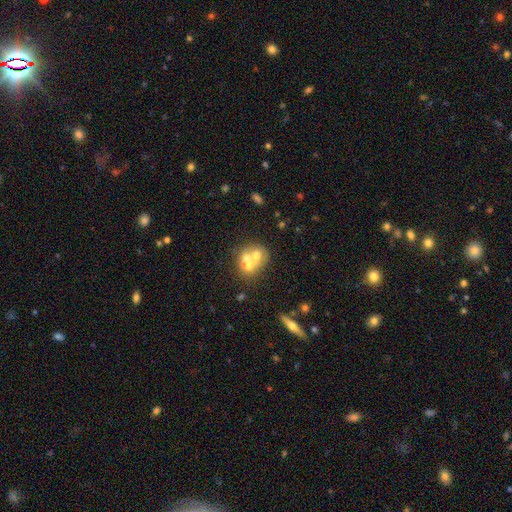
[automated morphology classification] A smooth galaxy with no disk features (47%).

Vote fractions:
- Smooth or featured? smooth: 47% / featured or disk: 41% / star or artifact: 12%
- Merging? merger: 62% / none: 25% / minor disturbance: 7% / major disturbance: 5%